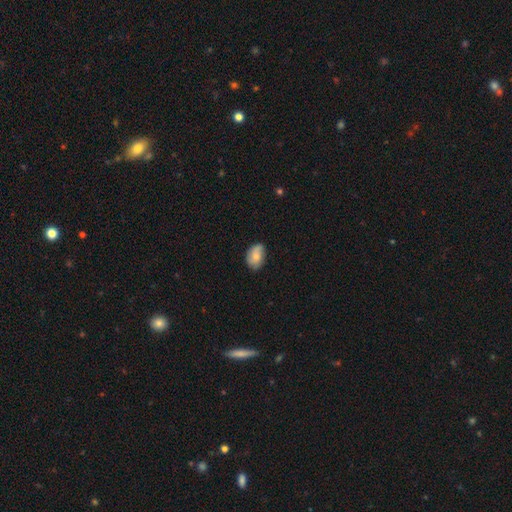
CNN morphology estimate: This appears to be a smooth galaxy with no disk features (72%) that is in between round and cigar-shaped (83%). Merging: none (72%).